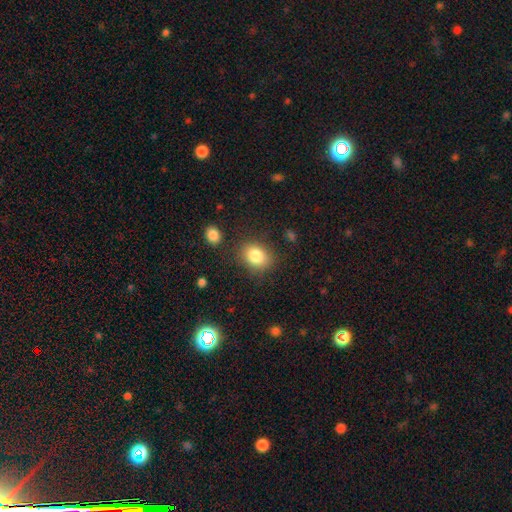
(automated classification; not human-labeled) smooth-or-featured: smooth: 83% | star or artifact: 10% | featured or disk: 7%
  how-rounded: in between: 52% | round: 47% | cigar-shaped: 1%
  merging: none: 81% | minor disturbance: 12% | major disturbance: 4% | merger: 3%